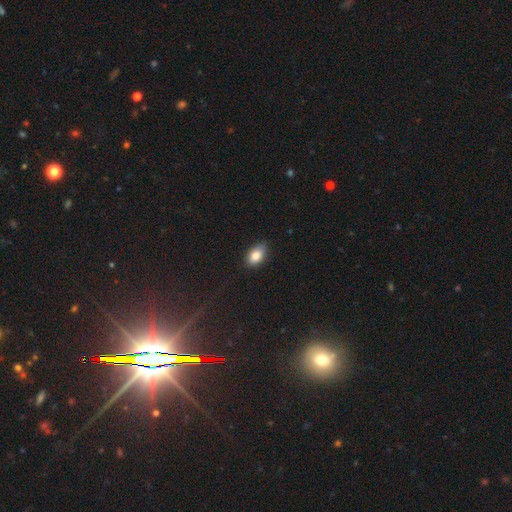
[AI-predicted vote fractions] smooth 85%, star or artifact 8%, featured or disk 7%. Down the decision tree: how rounded — in between (90%); merging — none (77%).